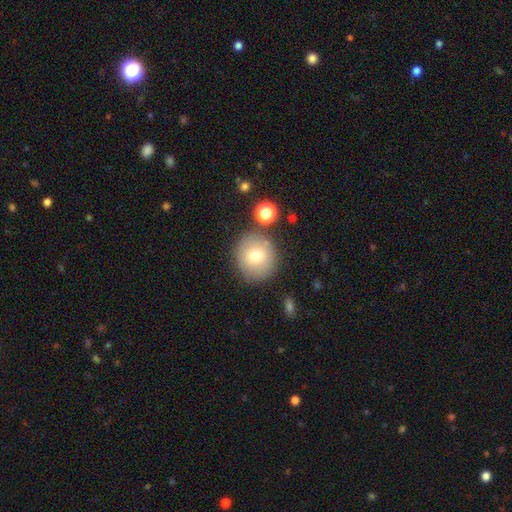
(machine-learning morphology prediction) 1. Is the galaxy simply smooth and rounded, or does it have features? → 73% smooth, 16% featured or disk, 11% star or artifact.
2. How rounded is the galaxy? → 92% round, 7% in between, 1% cigar-shaped.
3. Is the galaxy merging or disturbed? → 80% none, 10% minor disturbance, 7% merger, 3% major disturbance.